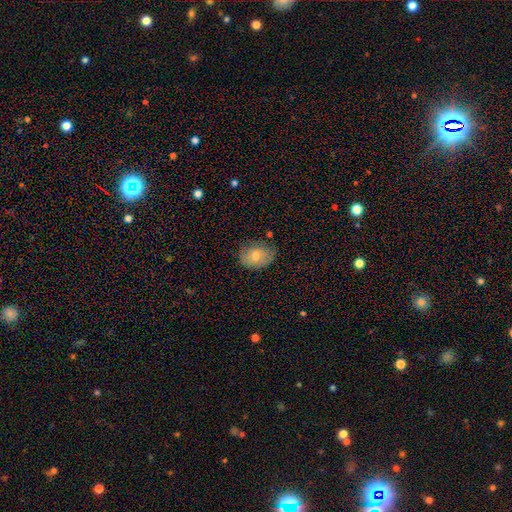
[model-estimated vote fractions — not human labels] Overall: smooth (67%). How rounded: in between (75%). Merging: none (75%).